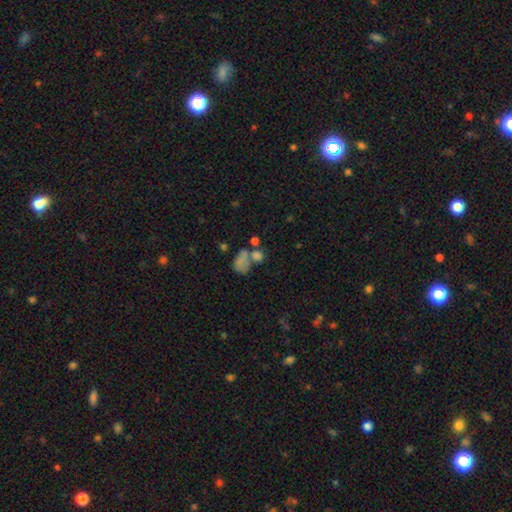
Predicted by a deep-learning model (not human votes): smooth_or_featured: smooth (p=0.62) [alt: star or artifact p=0.22]
how_rounded: in between (p=0.55) [alt: round p=0.43]
merging: merger (p=0.41) [alt: none p=0.34]